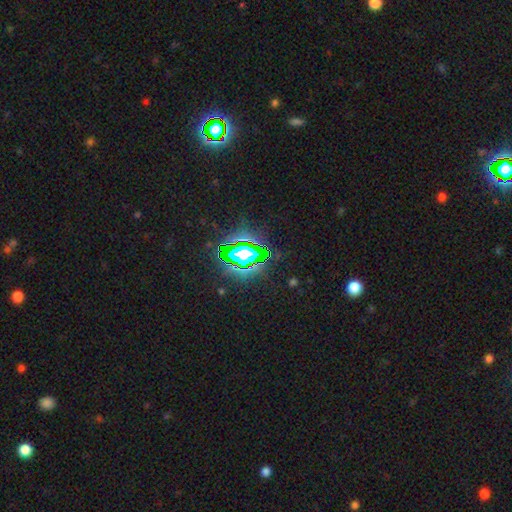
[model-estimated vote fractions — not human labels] Q: Smooth or featured?
A: star or artifact (82%); runner-up: smooth (10%)